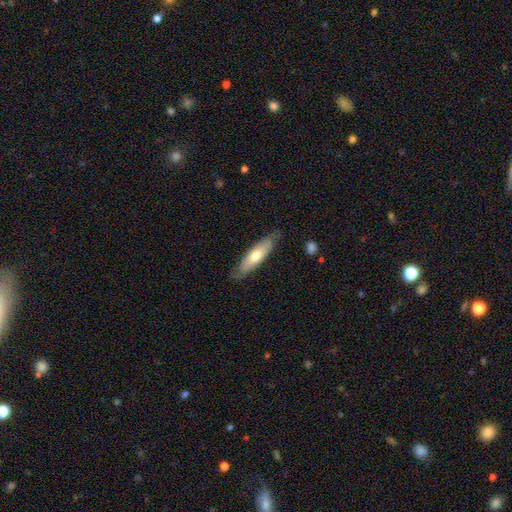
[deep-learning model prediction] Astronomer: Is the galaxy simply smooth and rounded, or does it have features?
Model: smooth — 59% (runner-up: featured or disk, 36%).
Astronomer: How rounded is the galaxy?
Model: cigar-shaped — 63%.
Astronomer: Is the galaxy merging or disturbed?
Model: none — 79%.